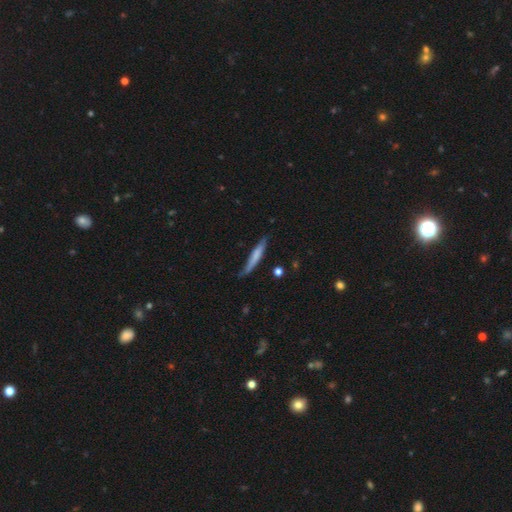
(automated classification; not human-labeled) Smooth or featured? smooth (64%)
How rounded? cigar-shaped (92%)
Merging? none (64%)